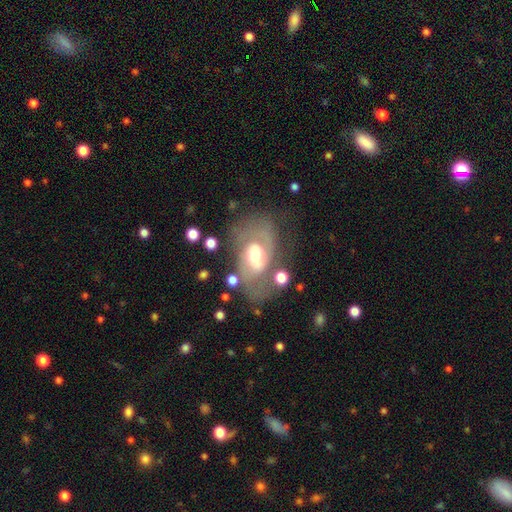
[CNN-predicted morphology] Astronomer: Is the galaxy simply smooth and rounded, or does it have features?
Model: featured or disk — 64%.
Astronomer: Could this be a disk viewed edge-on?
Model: no — 94%.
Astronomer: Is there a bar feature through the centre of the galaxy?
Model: no — 55% (runner-up: weak, 32%).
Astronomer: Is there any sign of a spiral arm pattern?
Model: yes — 58% (runner-up: no, 42%).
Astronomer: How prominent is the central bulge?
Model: moderate — 64%.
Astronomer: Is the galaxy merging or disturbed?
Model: none — 55%.